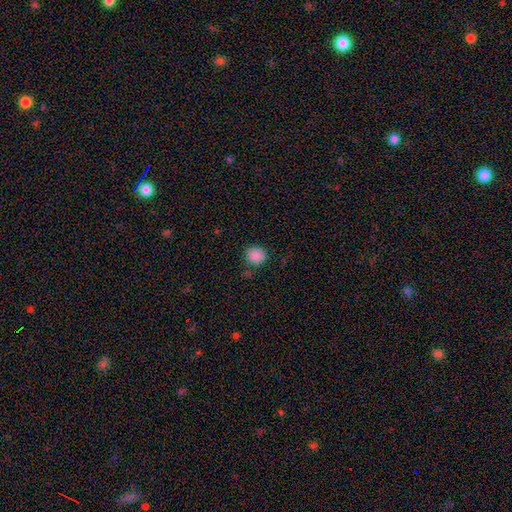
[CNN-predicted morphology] A smooth galaxy with no disk features (87%) that is round (87%). Merging: none (78%).